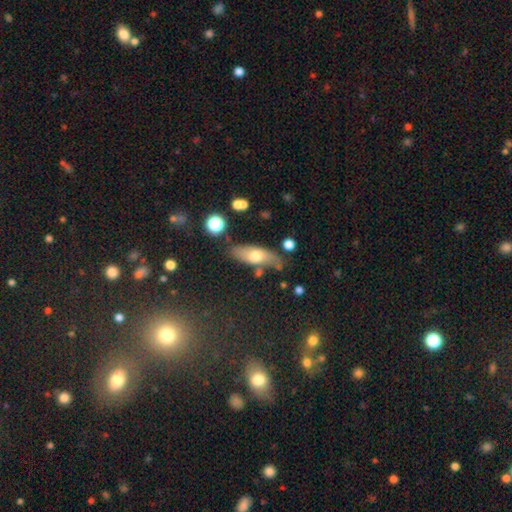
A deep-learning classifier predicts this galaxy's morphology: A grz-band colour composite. It shows a smooth galaxy with no disk features (59%) that is in between round and cigar-shaped (66%). Merging: none (67%).